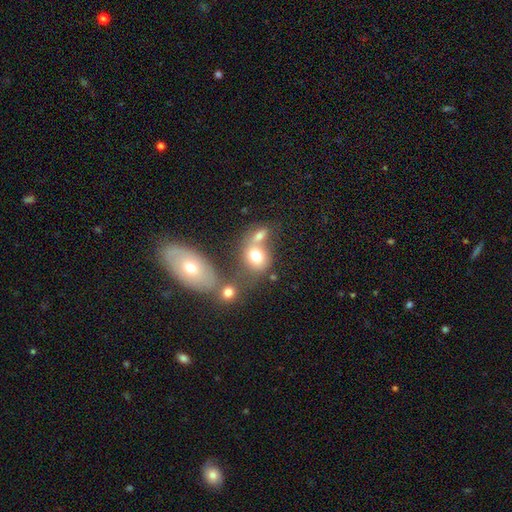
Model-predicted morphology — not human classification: A smooth galaxy with no disk features (73%) that is round (53%).

Vote fractions:
- Smooth or featured? smooth: 73% / featured or disk: 15% / star or artifact: 12%
- How rounded? round: 53% / in between: 45% / cigar-shaped: 2%
- Merging? merger: 46% / none: 36% / minor disturbance: 11% / major disturbance: 7%